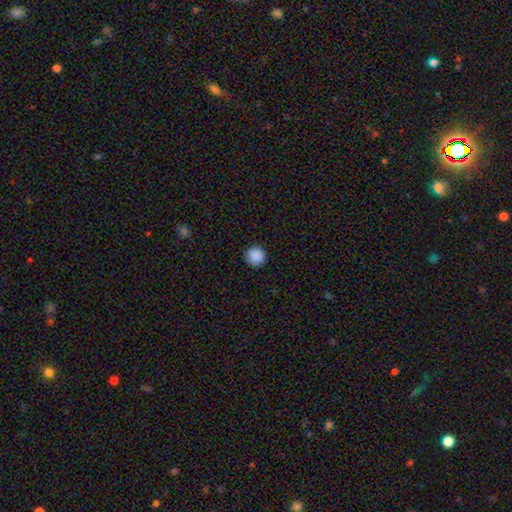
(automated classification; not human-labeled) The model was most divided on "smooth or featured": smooth: 89%, star or artifact: 9%, featured or disk: 2%. More confident: how rounded — round (95%); merging — none (91%).